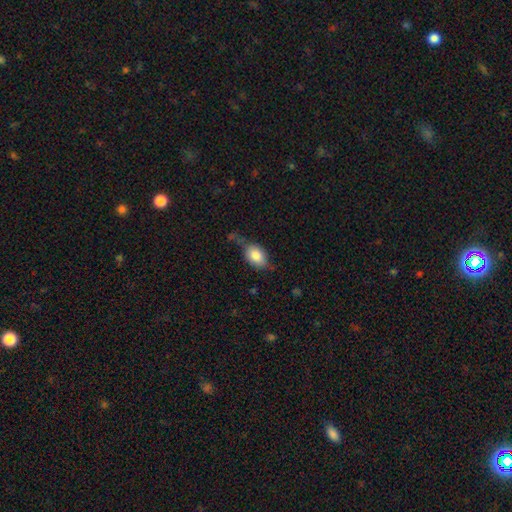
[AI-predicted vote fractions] This appears to be a smooth galaxy with no disk features (79%) that is in between round and cigar-shaped (81%). Merging: none (46%).